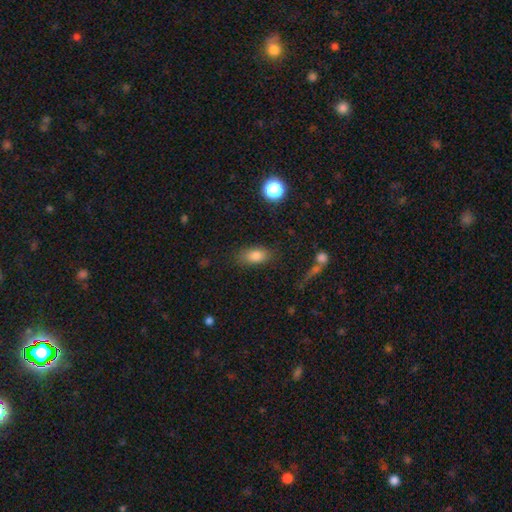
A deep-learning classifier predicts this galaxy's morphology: smooth-or-featured: smooth: 83% | star or artifact: 10% | featured or disk: 7%
  how-rounded: in between: 87% | round: 8% | cigar-shaped: 5%
  merging: none: 79% | minor disturbance: 15% | major disturbance: 5% | merger: 2%